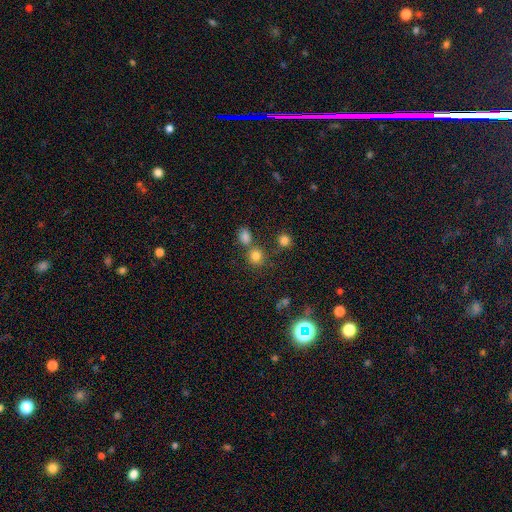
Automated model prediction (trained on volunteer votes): smooth_or_featured: smooth (p=0.78) [alt: star or artifact p=0.16]
how_rounded: round (p=0.84) [alt: in between p=0.14]
merging: none (p=0.66) [alt: merger p=0.22]